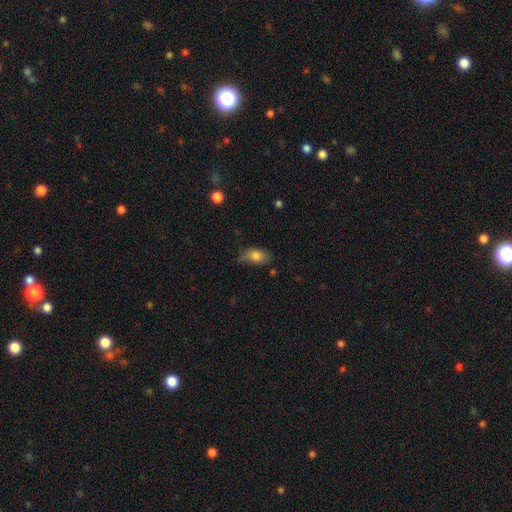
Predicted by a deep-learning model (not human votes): This is likely a smooth galaxy (78%). How rounded: clearly in between (88%). Merging: possibly none (55%).